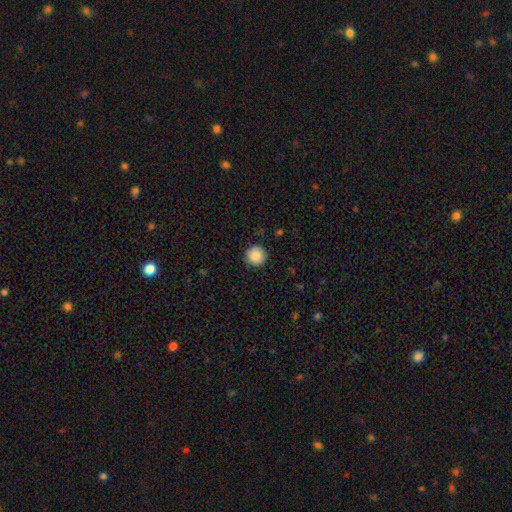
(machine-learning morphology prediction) Overall: smooth (87%). How rounded: round (96%). Merging: none (91%).